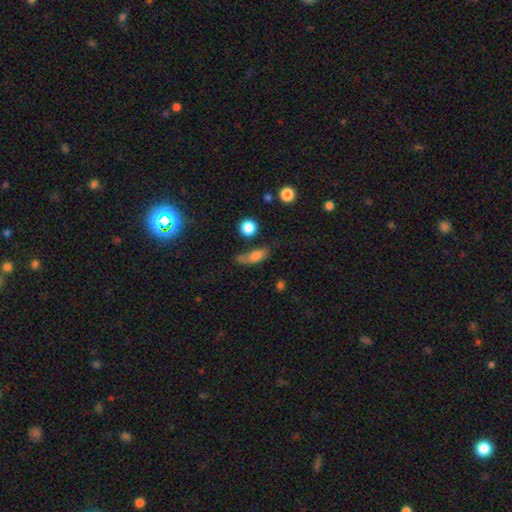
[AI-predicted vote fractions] Smooth or featured? Predicted: smooth (p=0.70). How rounded? Predicted: in between (p=0.64). Merging? Predicted: none (p=0.43).